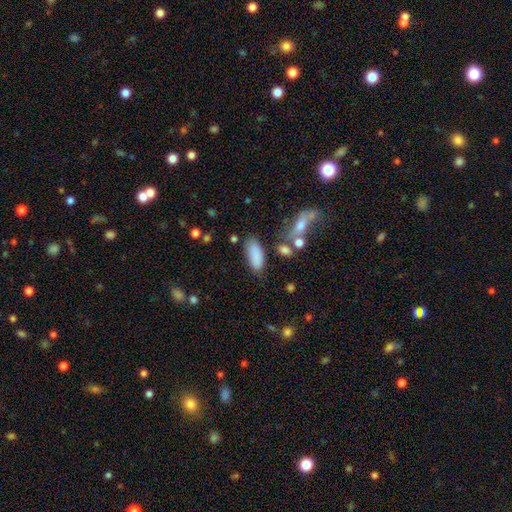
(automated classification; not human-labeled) This appears to be a smooth galaxy with no disk features (85%) that is in between round and cigar-shaped (80%). Merging: none (69%).